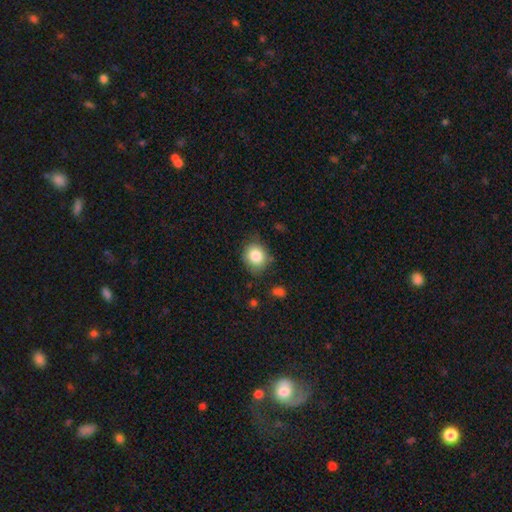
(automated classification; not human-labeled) smooth 83%, star or artifact 9%, featured or disk 7%. Down the decision tree: how rounded — round (73%); merging — none (77%).